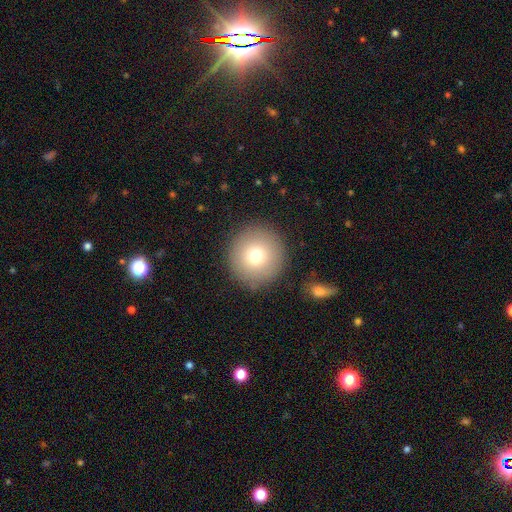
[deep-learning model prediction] Q: Smooth or featured?
A: smooth (75%); runner-up: featured or disk (13%)
Q: How rounded?
A: round (96%); runner-up: in between (3%)
Q: Merging?
A: none (89%); runner-up: minor disturbance (6%)